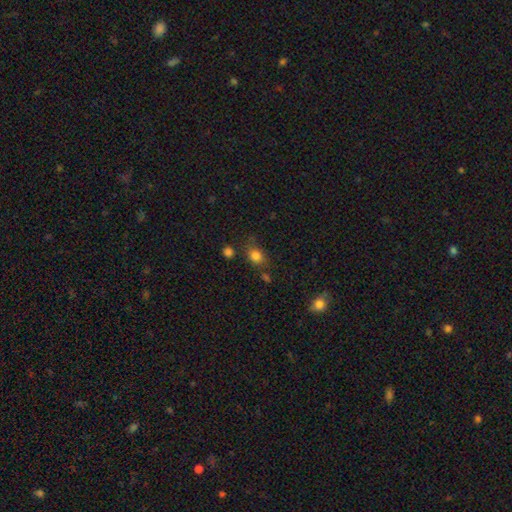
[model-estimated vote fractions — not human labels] A smooth galaxy with no disk features (81%) that is round (53%). Merging: none (68%).